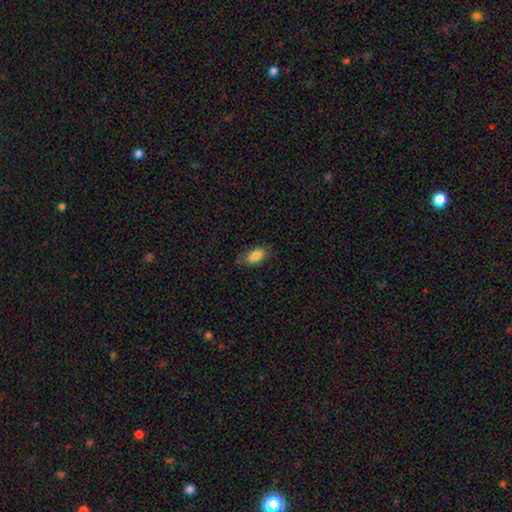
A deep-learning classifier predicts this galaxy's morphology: smooth 82%, featured or disk 10%, star or artifact 7%. Down the decision tree: how rounded — in between (90%); merging — none (69%).